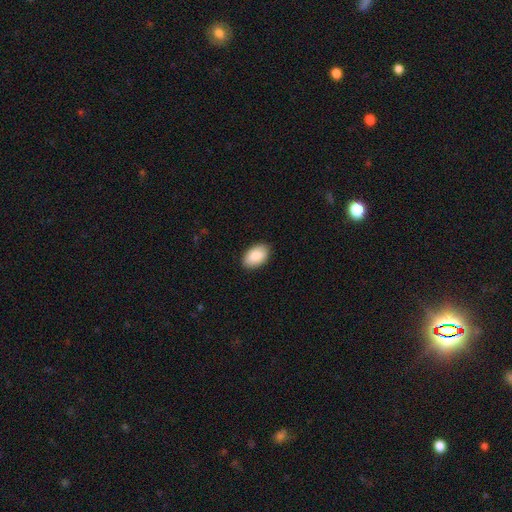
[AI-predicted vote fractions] Smooth or featured: smooth — 87% (featured or disk — 7%)
How rounded: in between — 93% (round — 6%)
Merging: none — 88% (minor disturbance — 9%)